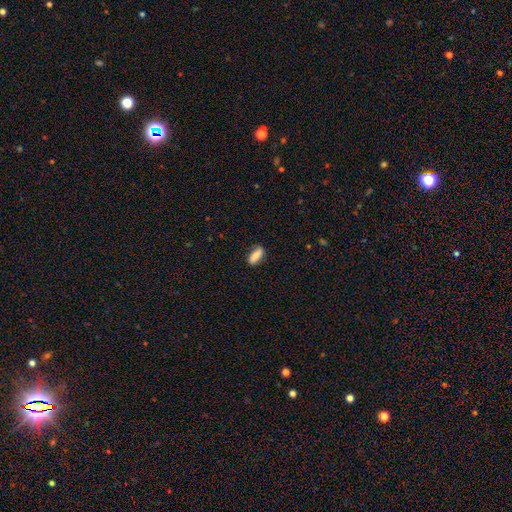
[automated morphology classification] Smooth or featured? Predicted: smooth (p=0.75). How rounded? Predicted: in between (p=0.79). Merging? Predicted: none (p=0.80).